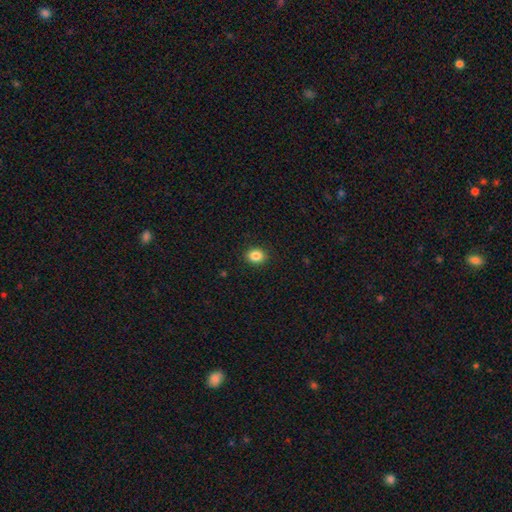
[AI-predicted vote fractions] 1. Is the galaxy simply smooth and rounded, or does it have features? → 86% smooth, 10% star or artifact, 4% featured or disk.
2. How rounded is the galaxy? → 50% round, 49% in between, 1% cigar-shaped.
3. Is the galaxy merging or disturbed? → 91% none, 6% minor disturbance, 2% major disturbance, 1% merger.